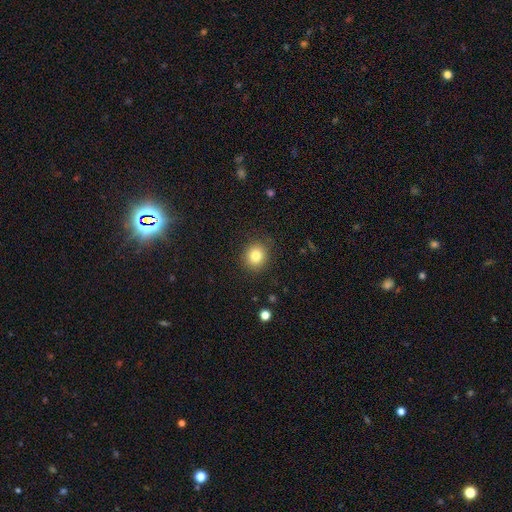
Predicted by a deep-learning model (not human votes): smooth 82%, star or artifact 11%, featured or disk 7%. Down the decision tree: how rounded — round (80%); merging — none (88%).